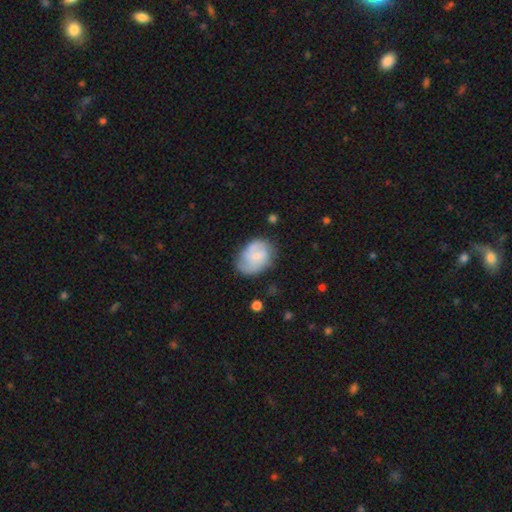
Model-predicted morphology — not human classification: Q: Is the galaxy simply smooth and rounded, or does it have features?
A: smooth — 59%.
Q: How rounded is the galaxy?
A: in between — 65%.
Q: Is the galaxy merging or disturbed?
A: none — 57%.